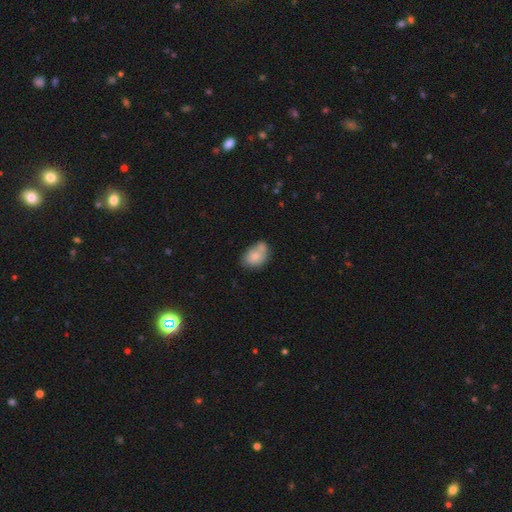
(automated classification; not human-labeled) A smooth galaxy with no disk features (75%) that is in between round and cigar-shaped (76%). Merging: none (40%).